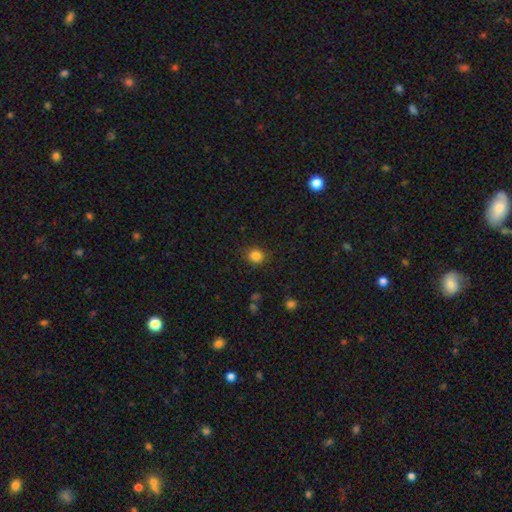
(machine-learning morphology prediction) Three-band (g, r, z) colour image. It shows a smooth galaxy with no disk features (84%) that is round (83%). Merging: none (87%).